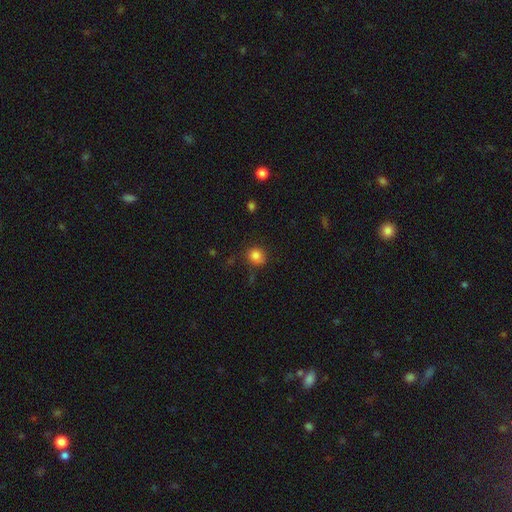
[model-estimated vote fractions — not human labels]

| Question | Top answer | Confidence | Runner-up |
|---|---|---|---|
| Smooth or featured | smooth | 83% | star or artifact (11%) |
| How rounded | round | 82% | in between (17%) |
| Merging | none | 74% | minor disturbance (18%) |